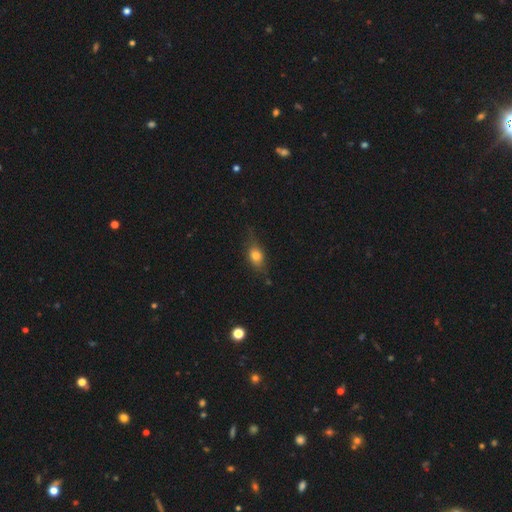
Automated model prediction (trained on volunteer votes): Smooth or featured?
  - smooth: 72% *
  - featured or disk: 18%
  - star or artifact: 11%
How rounded?
  - in between: 65% *
  - round: 27%
  - cigar-shaped: 9%
Merging?
  - none: 65% *
  - minor disturbance: 25%
  - major disturbance: 8%
  - merger: 2%